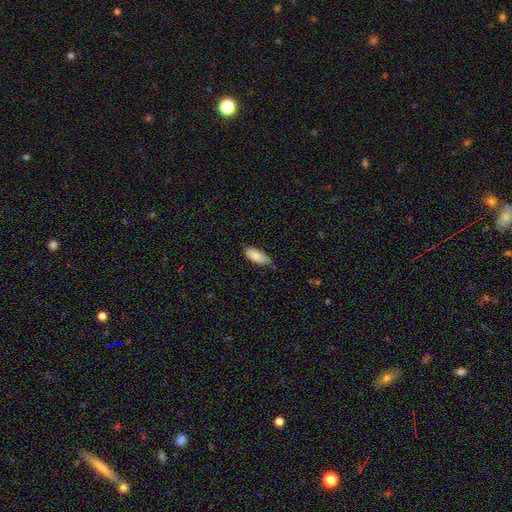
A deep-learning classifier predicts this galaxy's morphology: The model was most divided on "merging": none: 72%, minor disturbance: 24%, major disturbance: 3%, merger: 2%. More confident: smooth or featured — smooth (86%); how rounded — in between (84%).